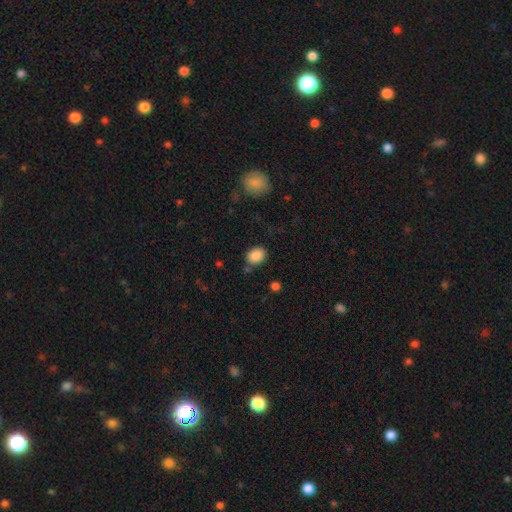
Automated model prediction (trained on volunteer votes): Q: Smooth or featured?
A: smooth (88%); runner-up: star or artifact (9%)
Q: How rounded?
A: in between (56%); runner-up: round (43%)
Q: Merging?
A: none (78%); runner-up: minor disturbance (13%)